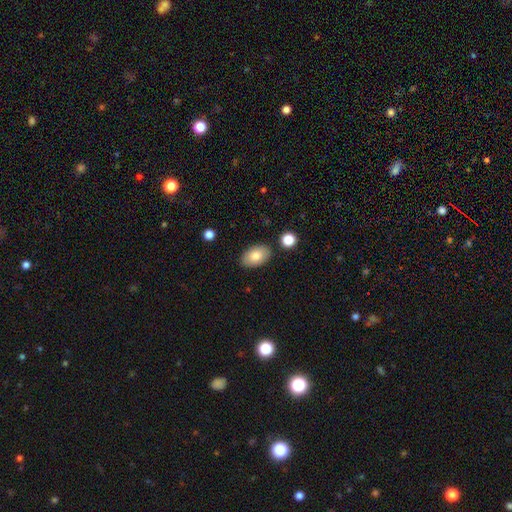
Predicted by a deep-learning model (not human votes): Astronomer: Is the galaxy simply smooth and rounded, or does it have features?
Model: smooth — 82%.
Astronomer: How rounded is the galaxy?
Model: in between — 93%.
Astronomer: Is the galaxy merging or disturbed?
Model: none — 86%.